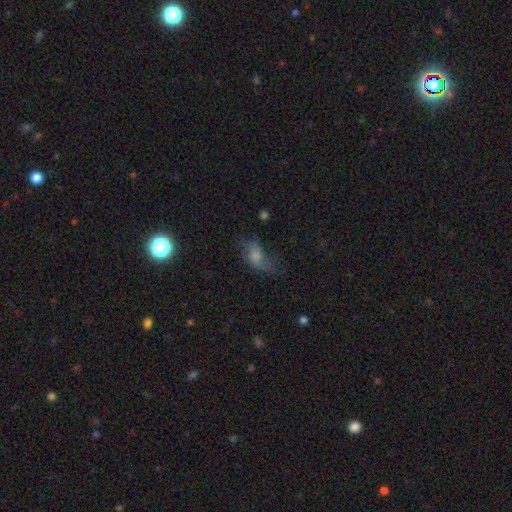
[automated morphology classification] Q: Smooth or featured?
A: smooth (51%); runner-up: featured or disk (34%)
Q: How rounded?
A: in between (81%); runner-up: round (12%)
Q: Merging?
A: none (38%); runner-up: major disturbance (32%)